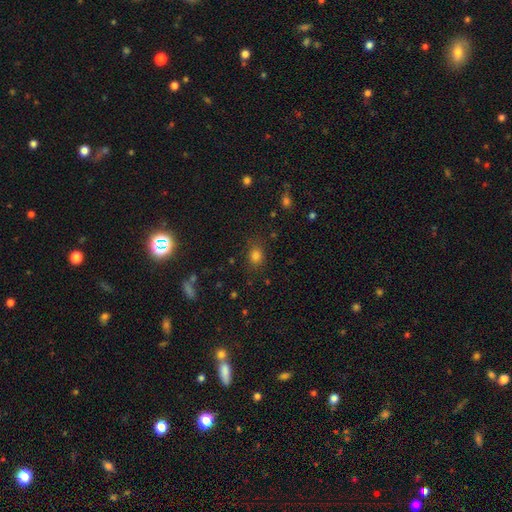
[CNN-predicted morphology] Smooth or featured? Predicted: smooth (p=0.78). How rounded? Predicted: round (p=0.55). Merging? Predicted: none (p=0.79).